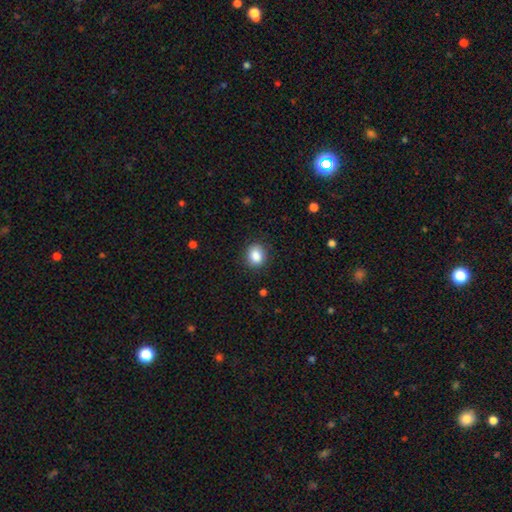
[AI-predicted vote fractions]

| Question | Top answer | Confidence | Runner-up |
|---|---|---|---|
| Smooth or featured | smooth | 86% | star or artifact (9%) |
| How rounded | round | 61% | in between (38%) |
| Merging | none | 87% | minor disturbance (9%) |